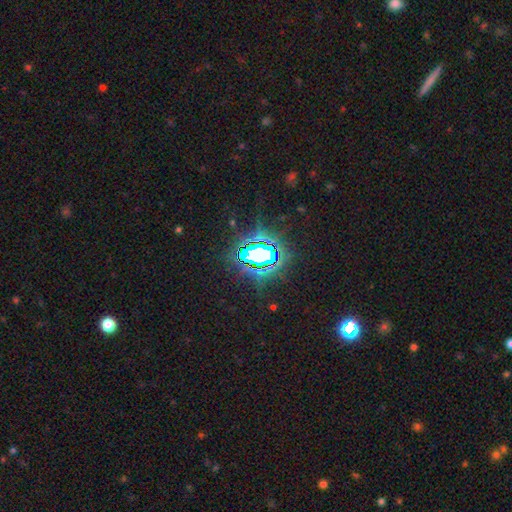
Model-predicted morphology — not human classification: smooth-or-featured: star or artifact: 78% | smooth: 11% | featured or disk: 10%